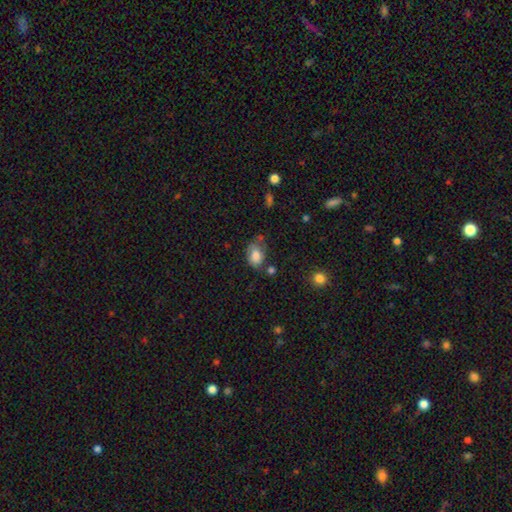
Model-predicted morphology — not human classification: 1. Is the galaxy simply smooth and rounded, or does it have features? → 80% smooth, 11% featured or disk, 8% star or artifact.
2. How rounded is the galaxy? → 79% in between, 19% round, 1% cigar-shaped.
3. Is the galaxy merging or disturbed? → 49% none, 31% minor disturbance, 11% major disturbance, 9% merger.